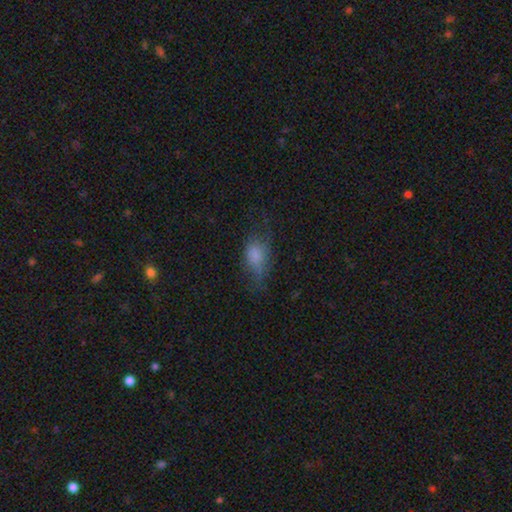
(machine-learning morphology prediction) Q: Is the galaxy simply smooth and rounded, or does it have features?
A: smooth — 73%.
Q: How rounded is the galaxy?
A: in between — 83%.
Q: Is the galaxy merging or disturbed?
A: none — 43%.